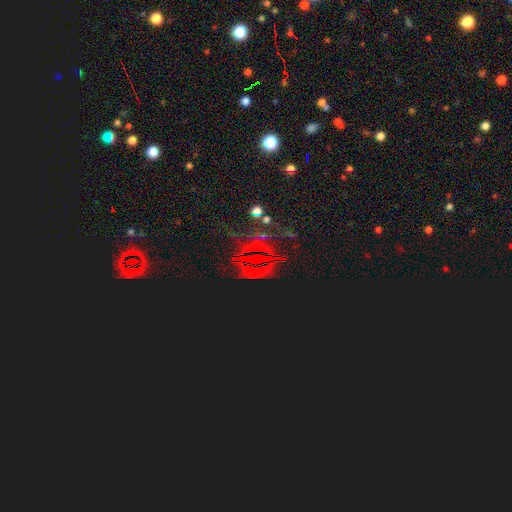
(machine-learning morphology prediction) Q: Smooth or featured?
A: star or artifact (82%); runner-up: smooth (10%)